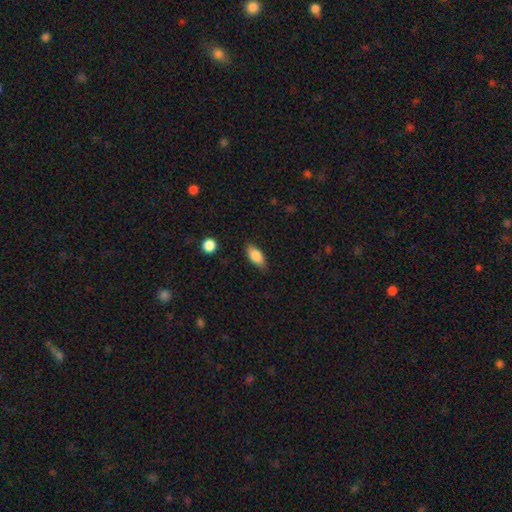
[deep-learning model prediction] A smooth galaxy with no disk features (81%) that is in between round and cigar-shaped (83%). Merging: none (82%).